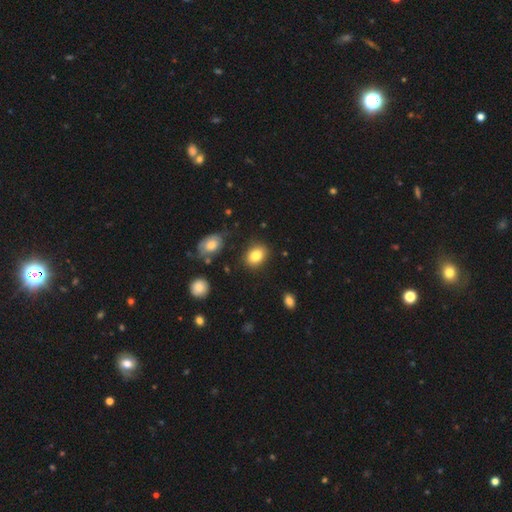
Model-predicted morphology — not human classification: smooth-or-featured: smooth: 83% | star or artifact: 9% | featured or disk: 8%
  how-rounded: in between: 68% | round: 31% | cigar-shaped: 1%
  merging: none: 84% | minor disturbance: 11% | major disturbance: 3% | merger: 2%